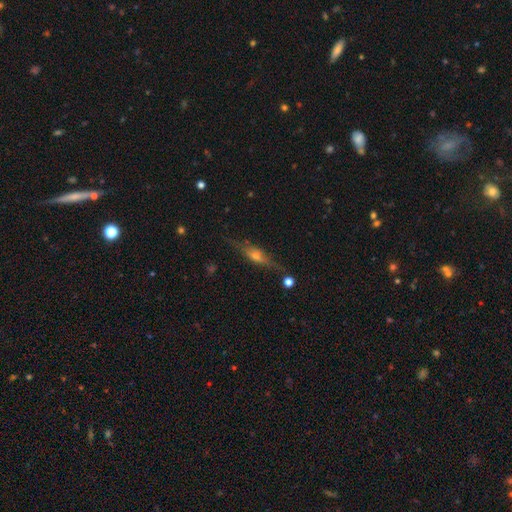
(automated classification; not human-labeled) Smooth or featured? featured or disk (66%)
Edge-on disk? yes (91%)
Edge-on bulge? rounded (82%)
Merging? none (78%)